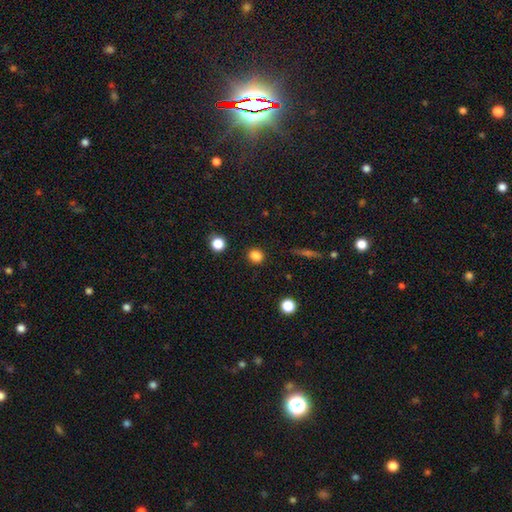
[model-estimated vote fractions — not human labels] Morphology: type=smooth (84%); roundness=round (81%); merging=none (90%).